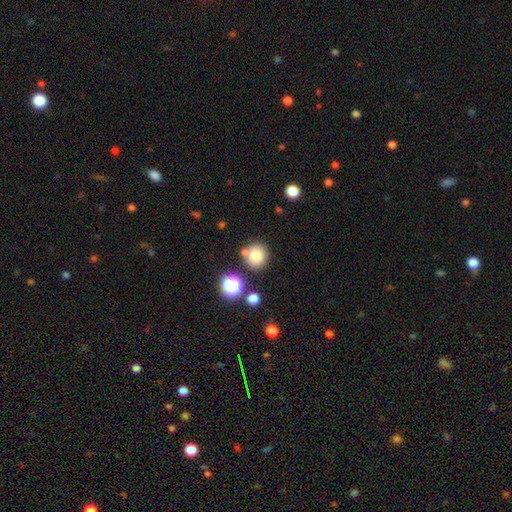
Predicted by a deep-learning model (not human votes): Smooth or featured? smooth (79%)
How rounded? round (86%)
Merging? none (73%)